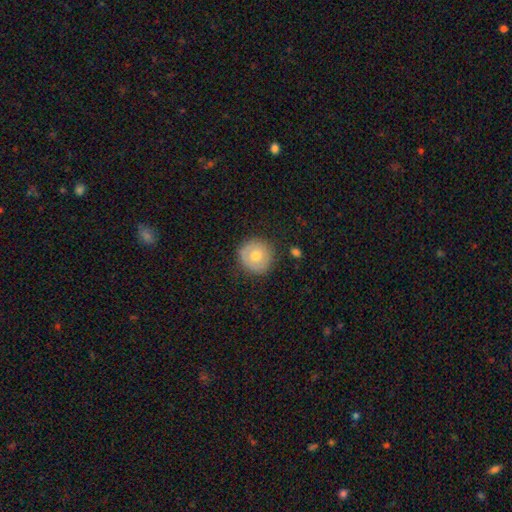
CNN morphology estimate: Overall: smooth (68%). How rounded: round (94%). Merging: none (85%).